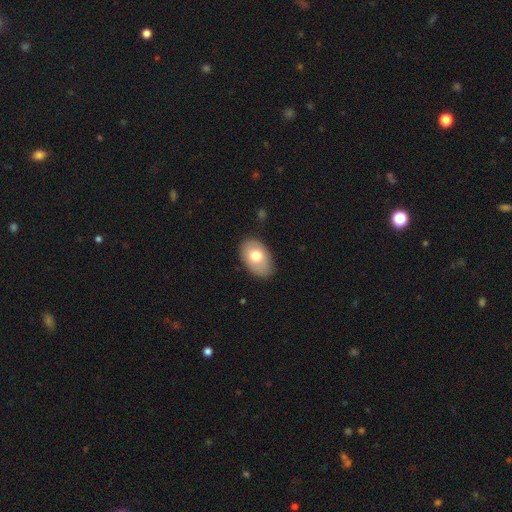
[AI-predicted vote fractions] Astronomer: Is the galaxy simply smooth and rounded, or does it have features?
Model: smooth — 72%.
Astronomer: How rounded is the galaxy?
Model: in between — 89%.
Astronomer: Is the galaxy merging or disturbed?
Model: none — 80%.